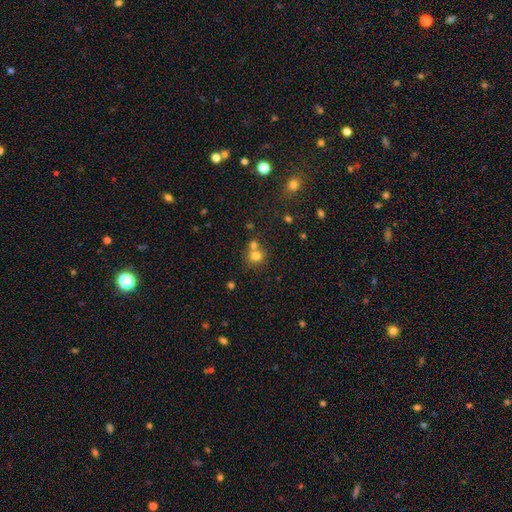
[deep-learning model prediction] smooth_or_featured: smooth (p=0.76) [alt: star or artifact p=0.14]
how_rounded: round (p=0.81) [alt: in between p=0.18]
merging: none (p=0.47) [alt: merger p=0.43]